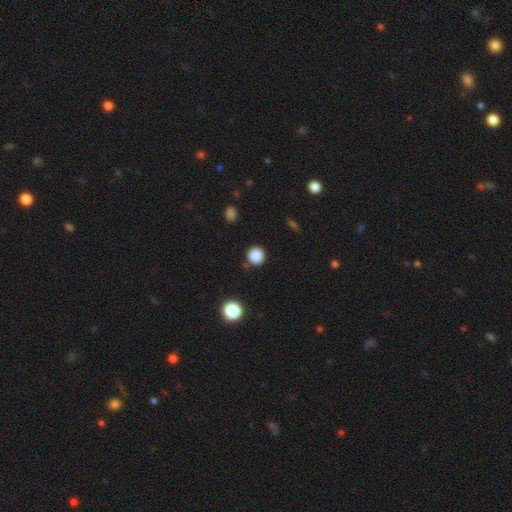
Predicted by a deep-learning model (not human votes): This is clearly a smooth galaxy (86%). How rounded: clearly round (93%). Merging: clearly none (85%).